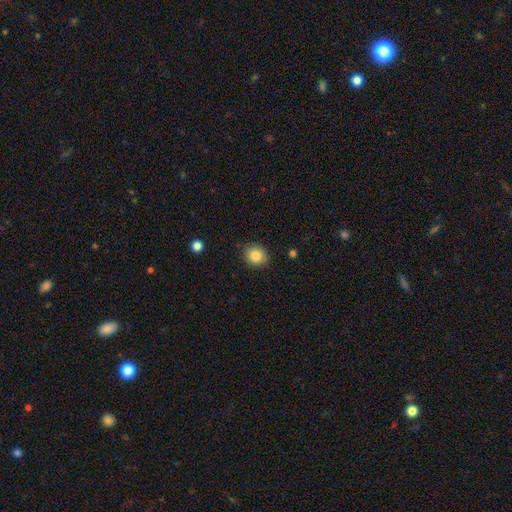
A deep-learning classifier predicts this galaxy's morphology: Smooth or featured?
  - smooth: 83% *
  - star or artifact: 10%
  - featured or disk: 7%
How rounded?
  - round: 73% *
  - in between: 26%
  - cigar-shaped: 1%
Merging?
  - none: 85% *
  - minor disturbance: 11%
  - major disturbance: 2%
  - merger: 1%